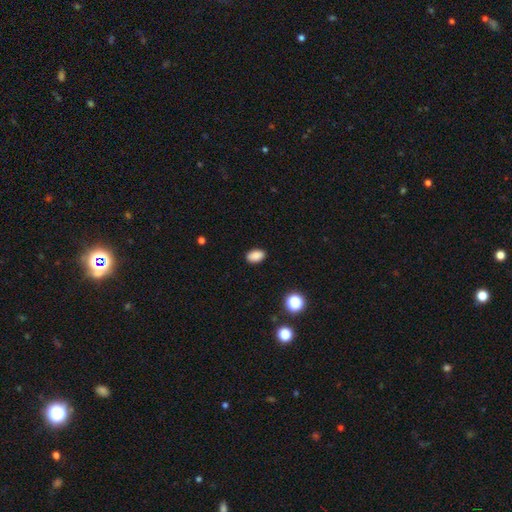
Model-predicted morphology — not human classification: Q: Smooth or featured?
A: smooth (87%); runner-up: star or artifact (10%)
Q: How rounded?
A: in between (89%); runner-up: round (10%)
Q: Merging?
A: none (88%); runner-up: minor disturbance (9%)